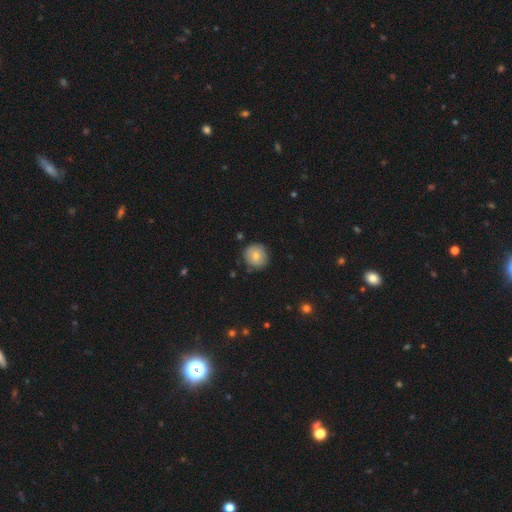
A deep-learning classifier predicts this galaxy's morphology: Q: Smooth or featured?
A: smooth (72%); runner-up: featured or disk (19%)
Q: How rounded?
A: round (90%); runner-up: in between (9%)
Q: Merging?
A: none (84%); runner-up: minor disturbance (12%)